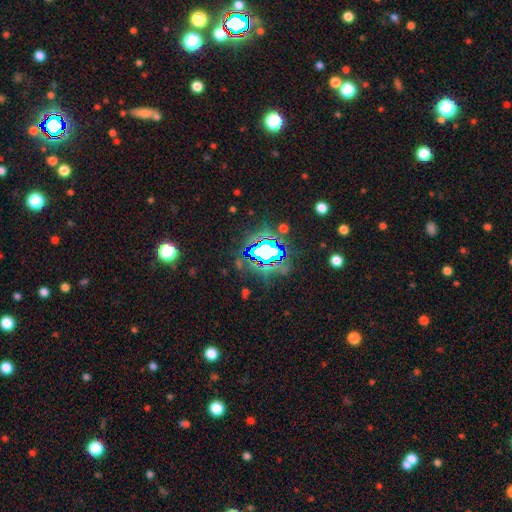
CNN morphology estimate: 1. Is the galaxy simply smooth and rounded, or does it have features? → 80% star or artifact, 12% smooth, 8% featured or disk.